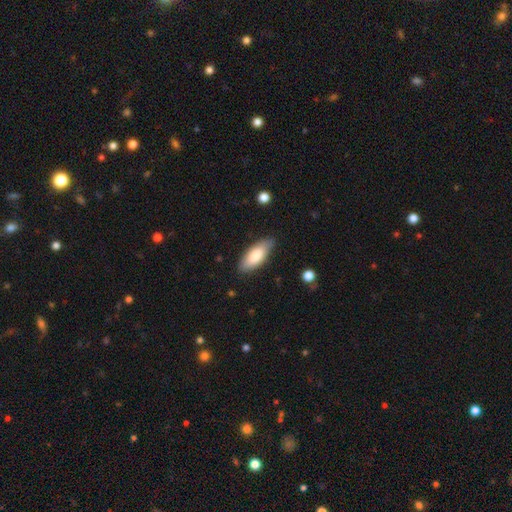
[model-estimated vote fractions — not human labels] smooth_or_featured: smooth (p=0.80) [alt: featured or disk p=0.15]
how_rounded: in between (p=0.79) [alt: cigar-shaped p=0.19]
merging: none (p=0.80) [alt: minor disturbance p=0.15]